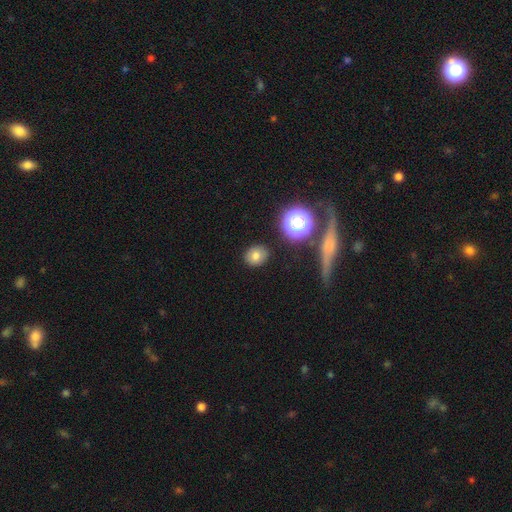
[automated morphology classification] Q: Smooth or featured?
A: smooth (76%); runner-up: star or artifact (13%)
Q: How rounded?
A: round (71%); runner-up: in between (28%)
Q: Merging?
A: none (87%); runner-up: minor disturbance (9%)